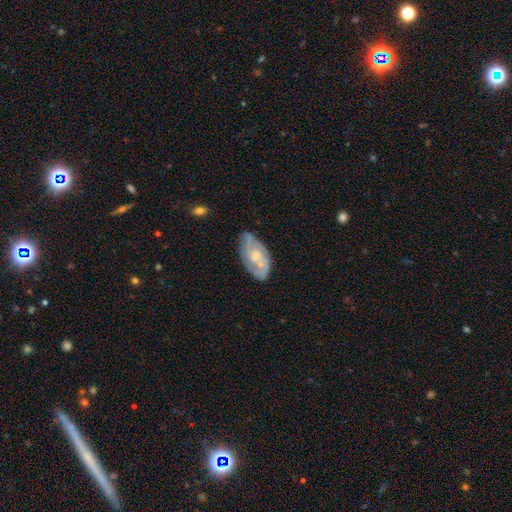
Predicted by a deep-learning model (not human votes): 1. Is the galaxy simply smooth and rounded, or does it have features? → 70% featured or disk, 24% smooth, 6% star or artifact.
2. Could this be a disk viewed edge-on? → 94% no, 6% yes.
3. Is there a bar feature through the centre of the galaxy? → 71% no, 25% weak, 4% strong.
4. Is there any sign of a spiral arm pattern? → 82% yes, 18% no.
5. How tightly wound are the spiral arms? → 49% tight, 38% medium, 13% loose.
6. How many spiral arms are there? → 44% 2, 33% can't tell, 12% 3, 6% 1, 3% 4, 2% more than 4.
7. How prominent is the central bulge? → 54% small, 36% moderate, 7% none, 3% large, 1% dominant.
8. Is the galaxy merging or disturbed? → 61% none, 28% minor disturbance, 8% major disturbance, 3% merger.